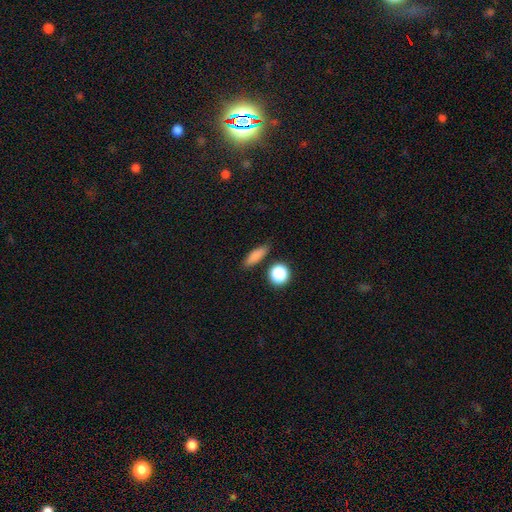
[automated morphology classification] A smooth galaxy with no disk features (81%) that is in between round and cigar-shaped (47%). Merging: none (81%).